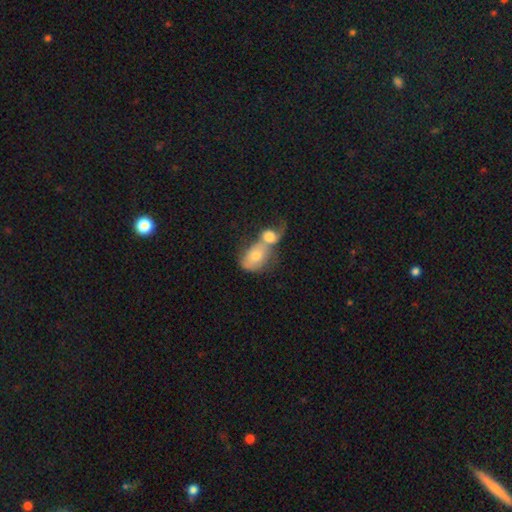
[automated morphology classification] Smooth or featured: smooth — 61% (featured or disk — 33%)
How rounded: in between — 68% (round — 31%)
Merging: merger — 78% (none — 10%)